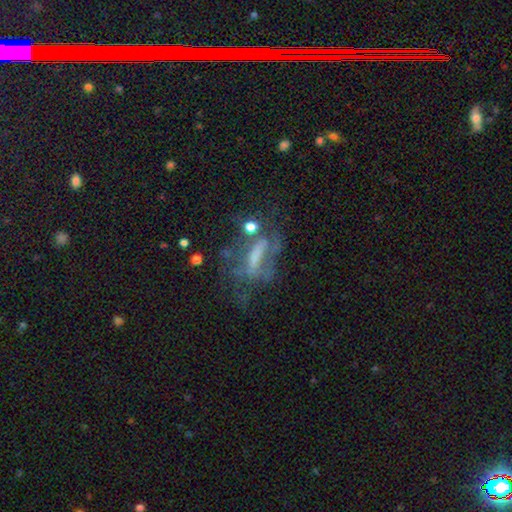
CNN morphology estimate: Overall: featured or disk (58%; smooth 26%). Edge-on disk: no (82%). Merging: major disturbance (35%, tied with none).